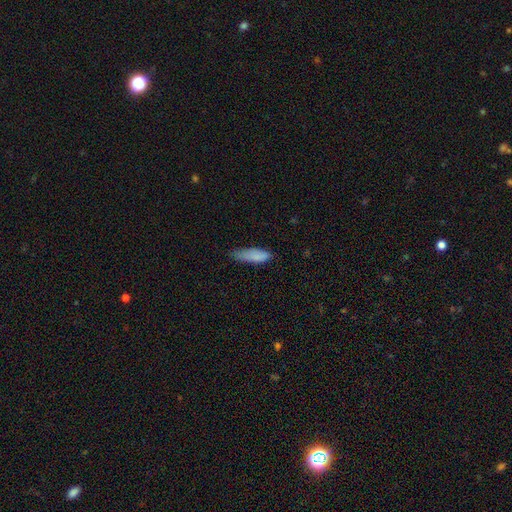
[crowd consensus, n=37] smooth-or-featured: smooth: 89% | featured or disk: 8% | star or artifact: 3%
  how-rounded: in between: 67% | cigar-shaped: 30% | round: 3%
  merging: none: 56% | minor disturbance: 31% | major disturbance: 11% | merger: 3%